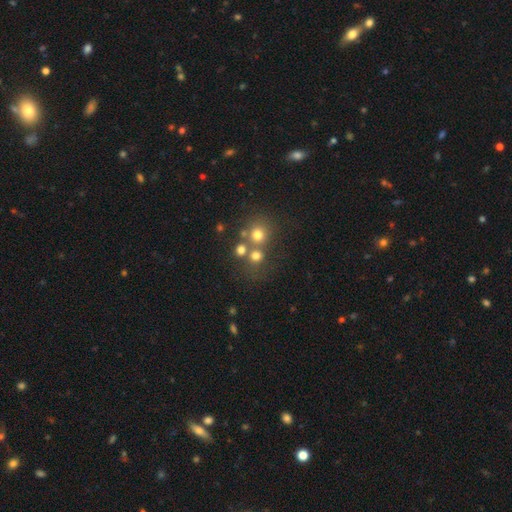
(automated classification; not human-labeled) Smooth or featured?
  - smooth: 67% *
  - star or artifact: 20%
  - featured or disk: 14%
How rounded?
  - round: 88% *
  - in between: 11%
  - cigar-shaped: 1%
Merging?
  - none: 54% *
  - merger: 33%
  - minor disturbance: 8%
  - major disturbance: 5%